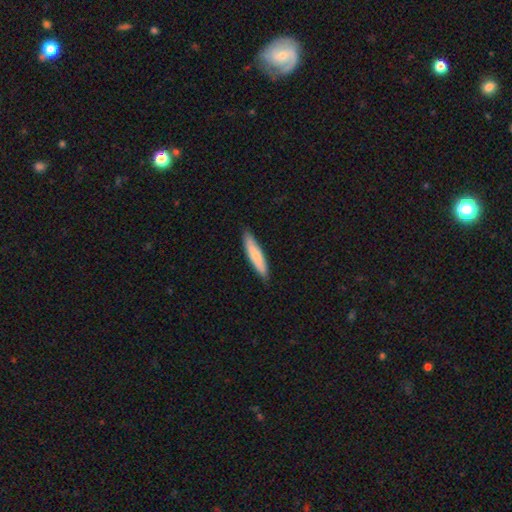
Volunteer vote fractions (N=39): smooth-or-featured: smooth: 79% | featured or disk: 15% | star or artifact: 5%
  how-rounded: cigar-shaped: 90% | in between: 6% | round: 3%
  merging: none: 76% | minor disturbance: 19% | major disturbance: 5% | merger: 0%